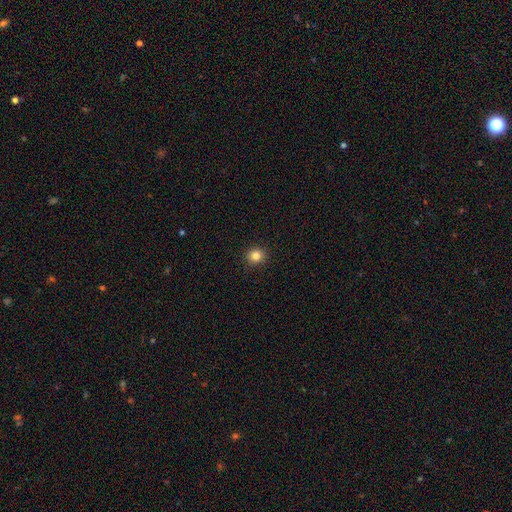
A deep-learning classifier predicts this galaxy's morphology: smooth-or-featured: smooth: 84% | star or artifact: 12% | featured or disk: 5%
  how-rounded: round: 88% | in between: 11% | cigar-shaped: 1%
  merging: none: 92% | minor disturbance: 5% | major disturbance: 2% | merger: 1%